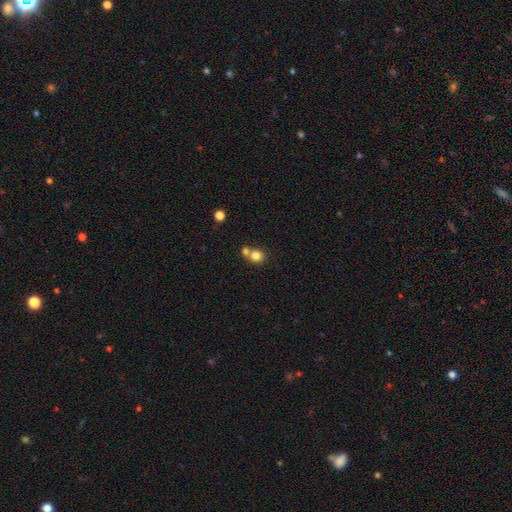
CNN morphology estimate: smooth_or_featured: smooth (p=0.81) [alt: star or artifact p=0.11]
how_rounded: round (p=0.82) [alt: in between p=0.17]
merging: none (p=0.48) [alt: merger p=0.42]